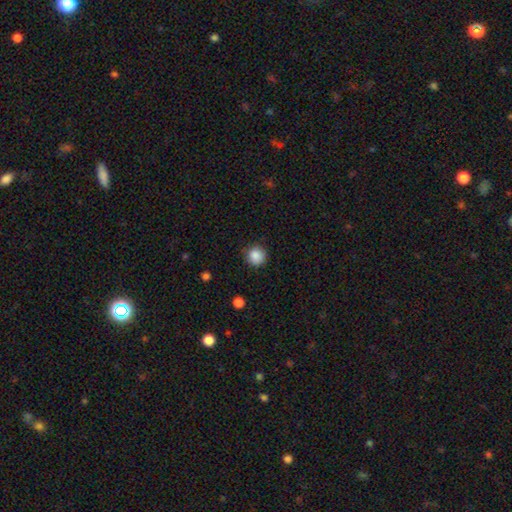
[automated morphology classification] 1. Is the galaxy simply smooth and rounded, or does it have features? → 87% smooth, 10% star or artifact, 3% featured or disk.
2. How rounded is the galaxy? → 93% round, 6% in between, 1% cigar-shaped.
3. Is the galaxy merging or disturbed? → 87% none, 9% minor disturbance, 2% major disturbance, 1% merger.